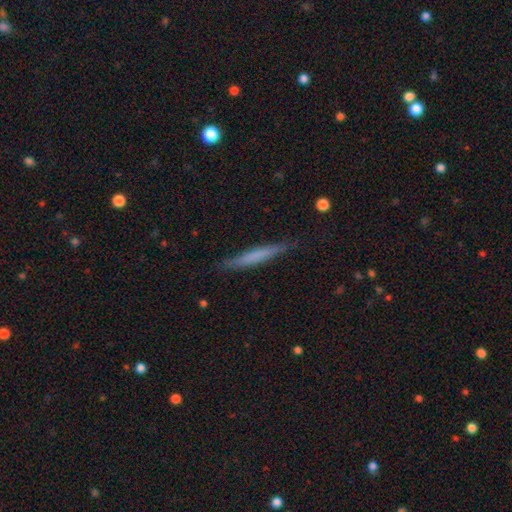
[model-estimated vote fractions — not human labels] Smooth or featured?
  - smooth: 58% *
  - featured or disk: 36%
  - star or artifact: 6%
How rounded?
  - cigar-shaped: 95% *
  - in between: 4%
  - round: 1%
Merging?
  - none: 84% *
  - minor disturbance: 12%
  - major disturbance: 2%
  - merger: 1%